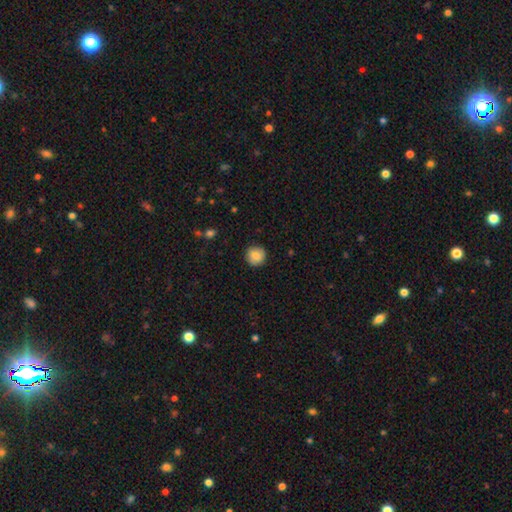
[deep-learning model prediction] A smooth galaxy with no disk features (85%) that is round (95%).

Vote fractions:
- Smooth or featured? smooth: 85% / star or artifact: 8% / featured or disk: 7%
- How rounded? round: 95% / in between: 4% / cigar-shaped: 1%
- Merging? none: 91% / minor disturbance: 7% / major disturbance: 2% / merger: 1%